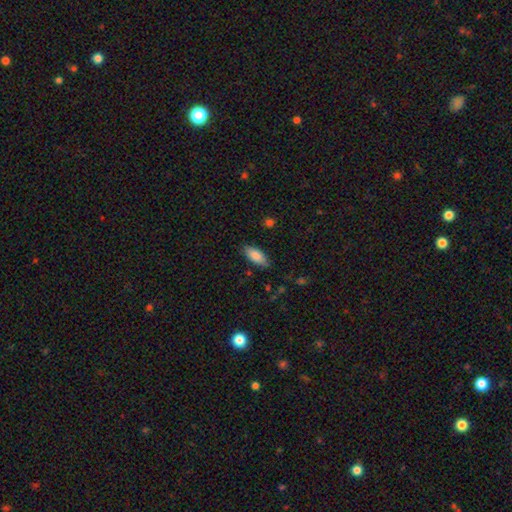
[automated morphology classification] smooth_or_featured: smooth (p=0.85) [alt: featured or disk p=0.09]
how_rounded: in between (p=0.82) [alt: cigar-shaped p=0.16]
merging: none (p=0.84) [alt: minor disturbance p=0.12]